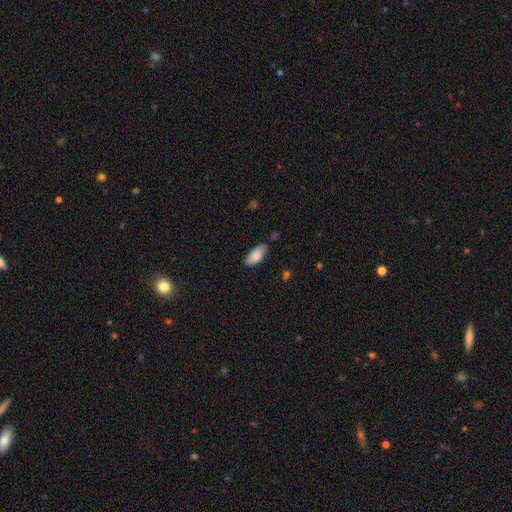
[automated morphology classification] Smooth or featured? Predicted: smooth (p=0.83). How rounded? Predicted: in between (p=0.90). Merging? Predicted: none (p=0.75).